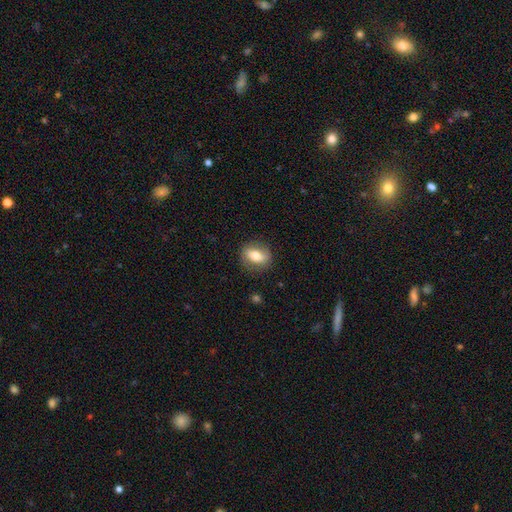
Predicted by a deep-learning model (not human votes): smooth 63%, featured or disk 30%, star or artifact 7%. Down the decision tree: how rounded — in between (63%); merging — none (82%).